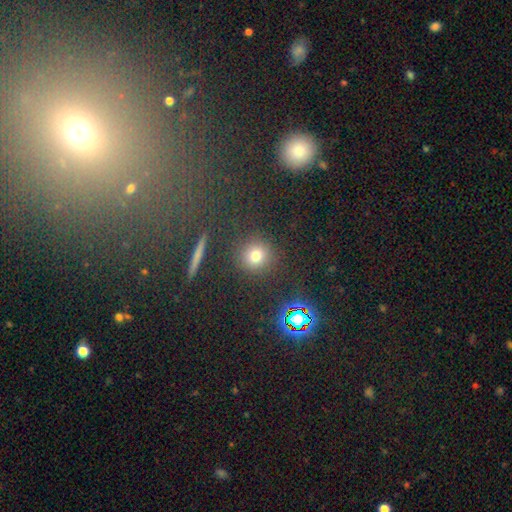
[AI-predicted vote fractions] smooth 70%, star or artifact 22%, featured or disk 8%. Down the decision tree: how rounded — round (91%); merging — none (87%).